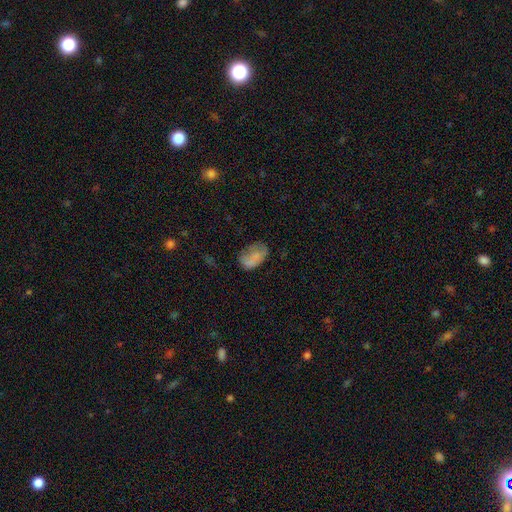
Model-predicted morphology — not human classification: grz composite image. It shows a smooth galaxy with no disk features (70%) that is in between round and cigar-shaped (87%). Merging: none (47%).